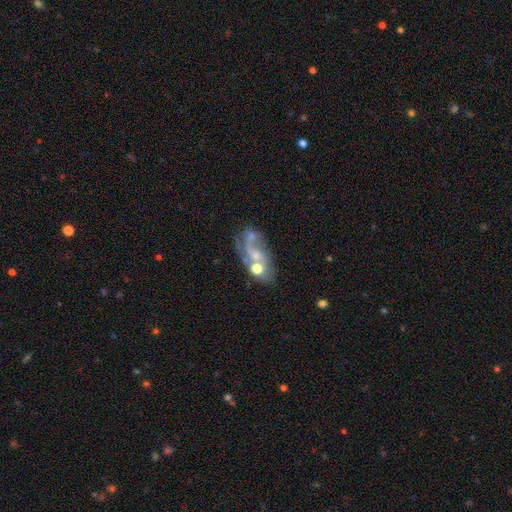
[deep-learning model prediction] Overall: featured or disk (61%; smooth 26%). Edge-on disk: no (95%). Bar: no (71%). Spiral arms: yes (63%; no 37%). Bulge size: small (38%, tied with moderate). Merging: none (34%; major disturbance 25%).